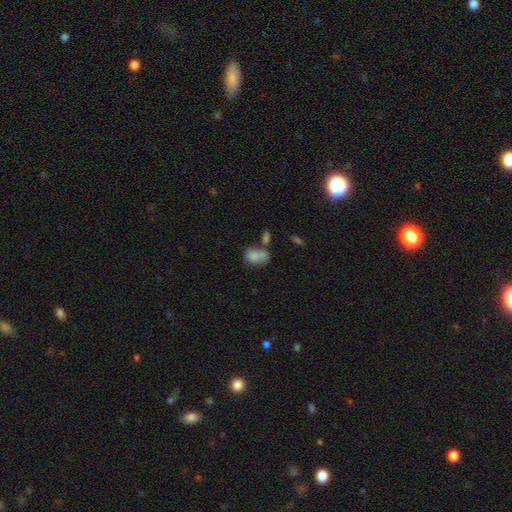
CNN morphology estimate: Smooth or featured: smooth — 77% (featured or disk — 13%)
How rounded: in between — 78% (round — 20%)
Merging: merger — 41% (none — 30%)